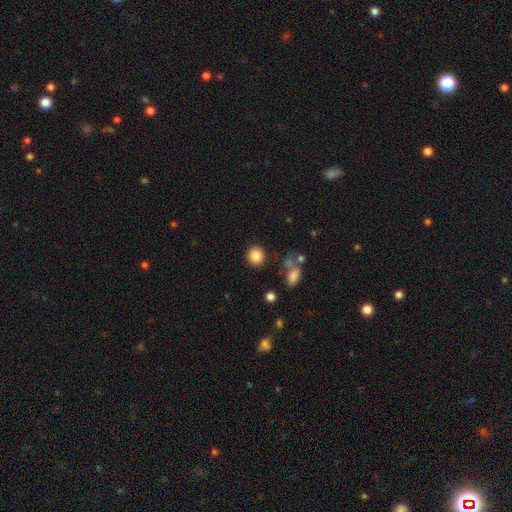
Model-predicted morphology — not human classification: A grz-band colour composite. It shows a smooth galaxy with no disk features (85%) that is round (87%). Merging: none (85%).